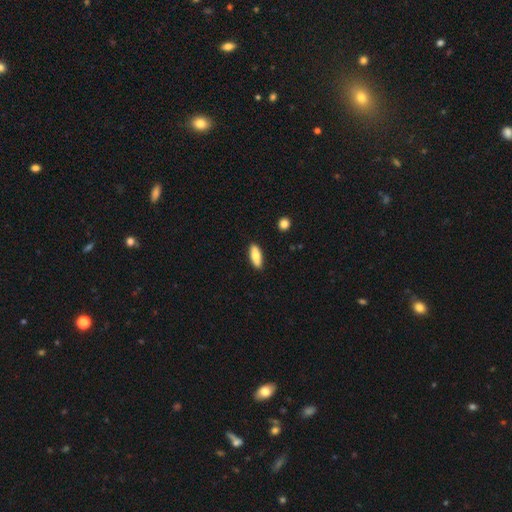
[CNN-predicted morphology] smooth 79%, featured or disk 15%, star or artifact 6%. Down the decision tree: how rounded — in between (75%); merging — none (89%).